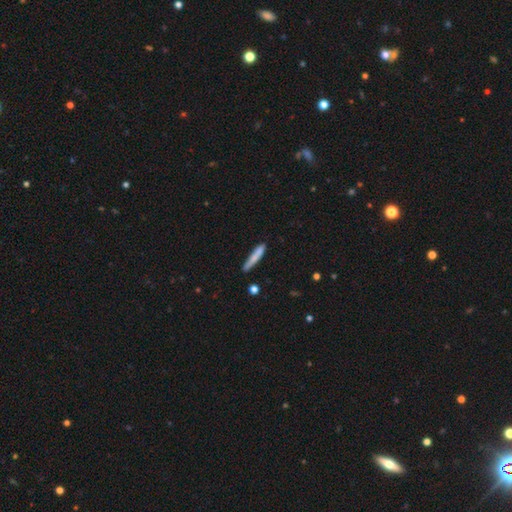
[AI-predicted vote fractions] Morphology: type=smooth (77%); roundness=cigar-shaped (93%); merging=none (77%).